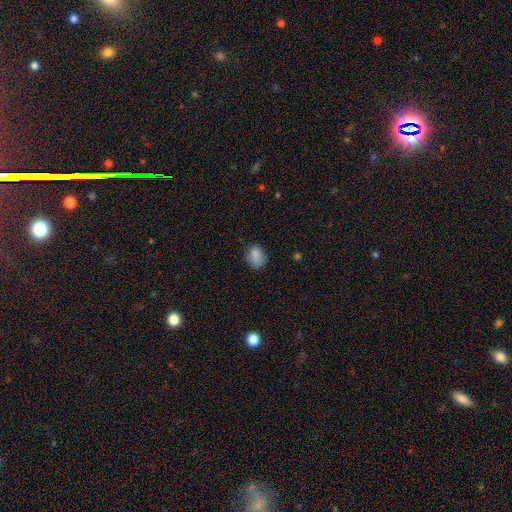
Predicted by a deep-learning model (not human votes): A smooth galaxy with no disk features (84%) that is in between round and cigar-shaped (66%). Merging: none (72%).